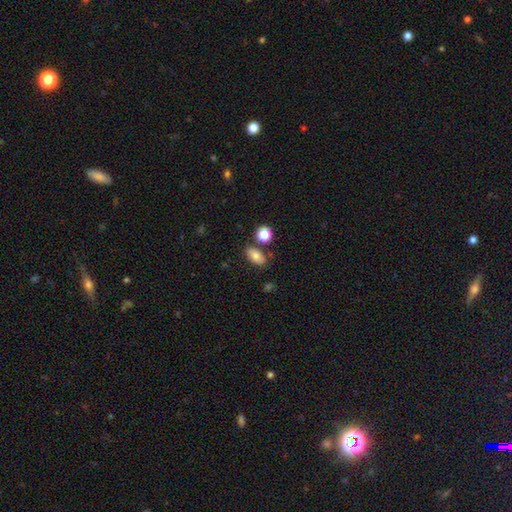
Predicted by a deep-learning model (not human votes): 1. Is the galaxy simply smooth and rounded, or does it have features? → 78% smooth, 12% featured or disk, 10% star or artifact.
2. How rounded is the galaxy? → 87% in between, 10% round, 4% cigar-shaped.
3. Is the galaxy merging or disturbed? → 75% none, 13% minor disturbance, 9% merger, 4% major disturbance.